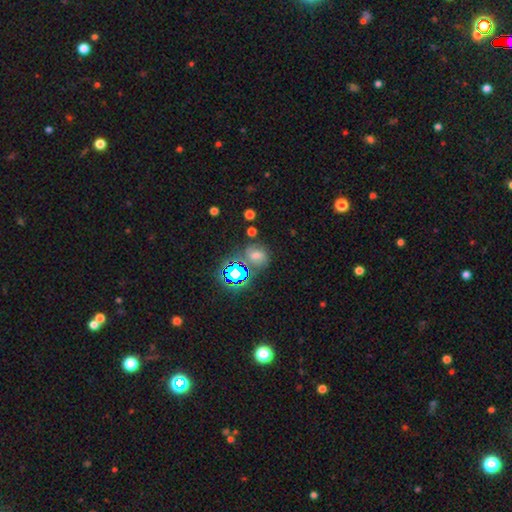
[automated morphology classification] Smooth or featured: star or artifact — 50% (smooth — 34%)